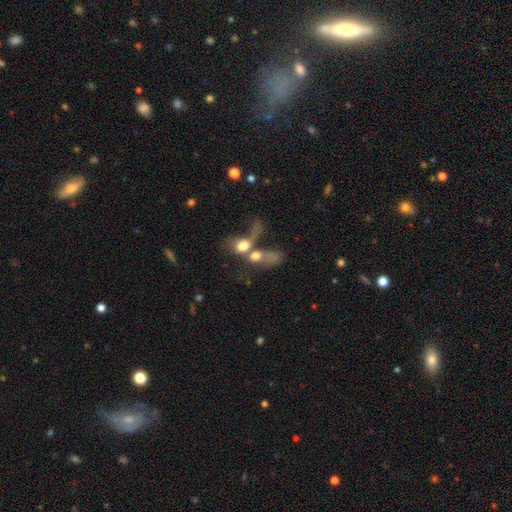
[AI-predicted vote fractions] Overall: smooth (58%; featured or disk 31%). How rounded: in between (57%; round 36%). Merging: merger (68%).